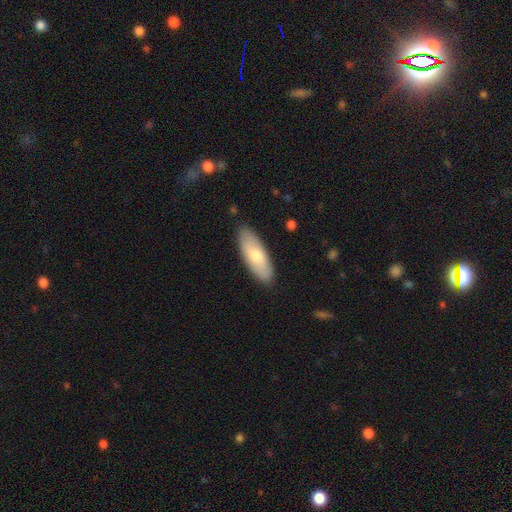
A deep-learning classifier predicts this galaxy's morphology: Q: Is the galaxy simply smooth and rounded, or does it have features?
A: smooth — 69%.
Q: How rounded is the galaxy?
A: in between — 74%.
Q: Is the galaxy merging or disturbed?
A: none — 87%.